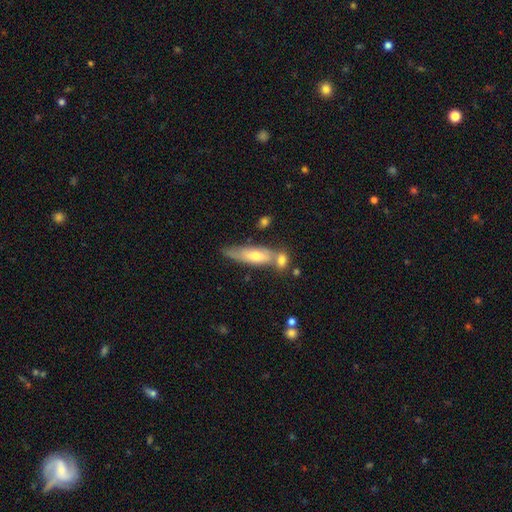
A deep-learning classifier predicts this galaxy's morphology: The model was most divided on "smooth or featured": featured or disk: 46%, smooth: 45%, star or artifact: 9%. Remaining: merging — none (47%).